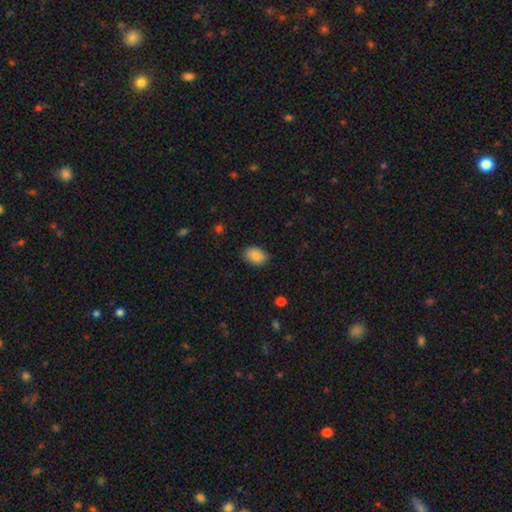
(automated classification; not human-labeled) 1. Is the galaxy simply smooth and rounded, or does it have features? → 87% smooth, 7% star or artifact, 5% featured or disk.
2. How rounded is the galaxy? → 80% in between, 19% round, 1% cigar-shaped.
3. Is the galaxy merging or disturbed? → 82% none, 14% minor disturbance, 3% major disturbance, 1% merger.